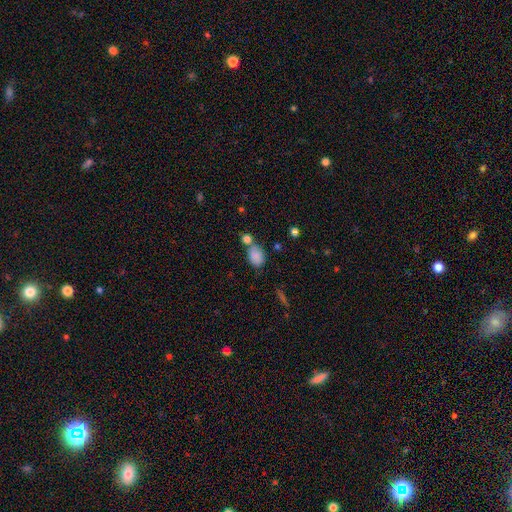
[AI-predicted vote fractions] This appears to be a smooth galaxy with no disk features (83%) that is in between round and cigar-shaped (76%). Merging: none (51%).